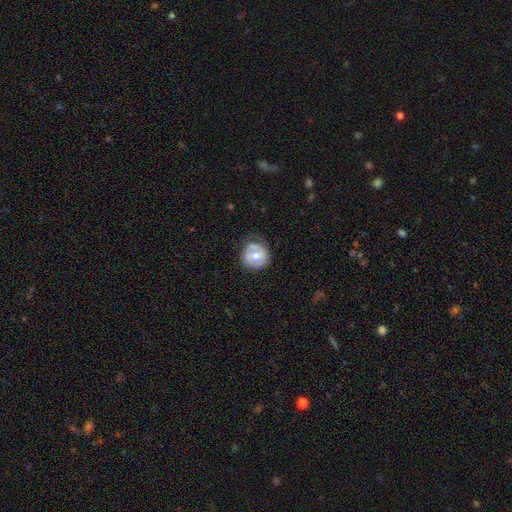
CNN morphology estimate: Q: Smooth or featured?
A: smooth (51%); runner-up: featured or disk (42%)
Q: How rounded?
A: round (87%); runner-up: in between (12%)
Q: Merging?
A: none (63%); runner-up: minor disturbance (27%)